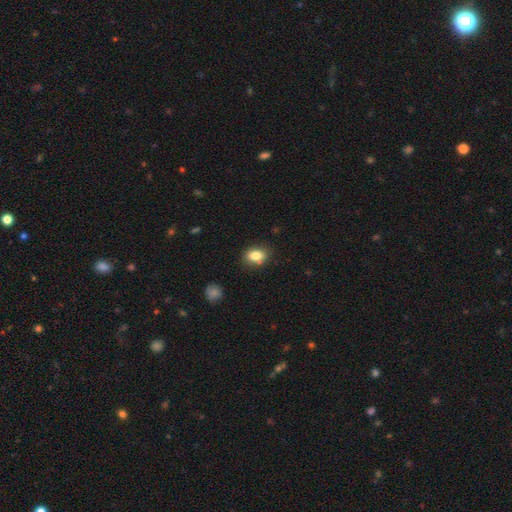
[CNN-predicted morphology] This is clearly a smooth galaxy (83%). How rounded: likely in between (75%). Merging: likely none (78%).